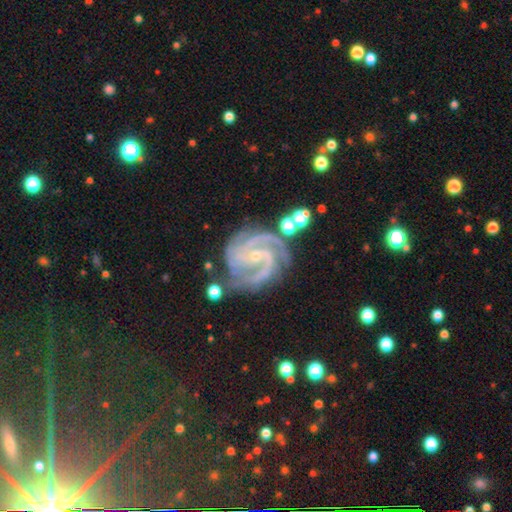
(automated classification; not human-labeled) Smooth or featured? featured or disk (92%)
Edge-on disk? no (98%)
Bar? no (49%)
Spiral arms? yes (99%)
Spiral winding? tight (56%)
Spiral arm count? 3 (46%)
Bulge size? small (82%)
Merging? none (69%)